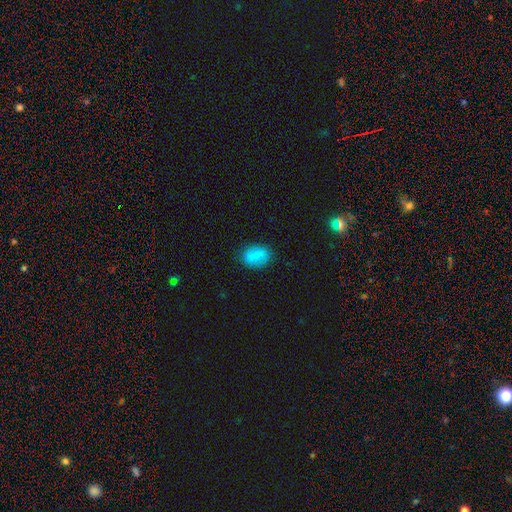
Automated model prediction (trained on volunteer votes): This appears to be a smooth galaxy with no disk features (75%) that is in between round and cigar-shaped (78%). Merging: none (81%).